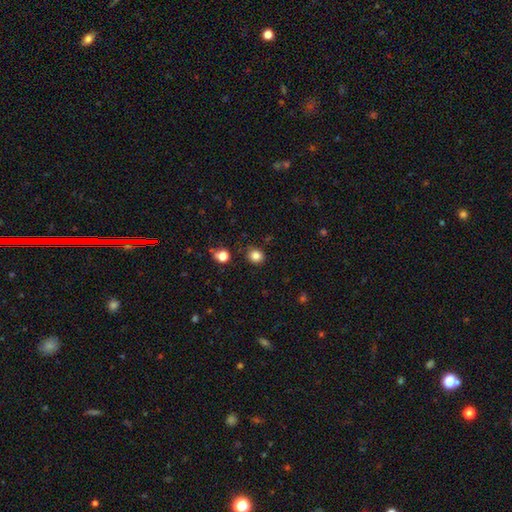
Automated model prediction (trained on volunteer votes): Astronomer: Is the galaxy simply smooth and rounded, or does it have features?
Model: smooth — 83%.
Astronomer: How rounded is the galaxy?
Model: round — 82%.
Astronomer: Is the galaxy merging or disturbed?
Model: none — 87%.